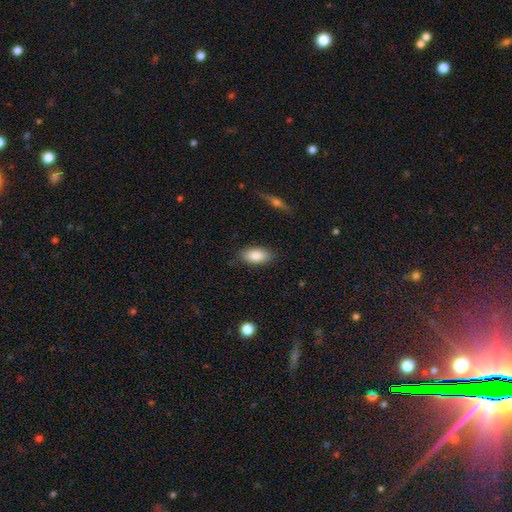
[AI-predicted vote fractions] smooth 85%, featured or disk 8%, star or artifact 7%. Down the decision tree: how rounded — in between (89%); merging — none (83%).